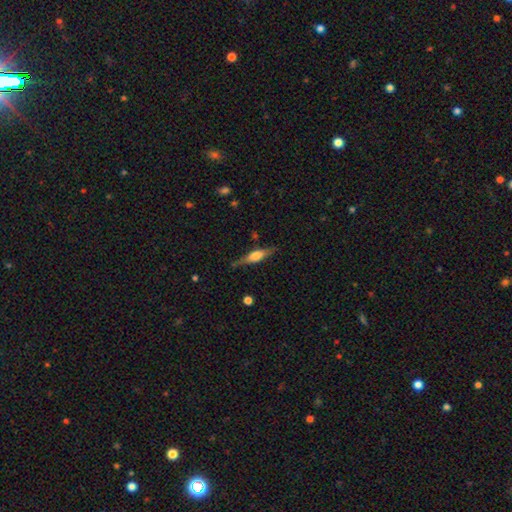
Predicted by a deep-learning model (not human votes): Morphology: type=featured or disk (53%); edge-on=yes (93%); merging=none (78%).